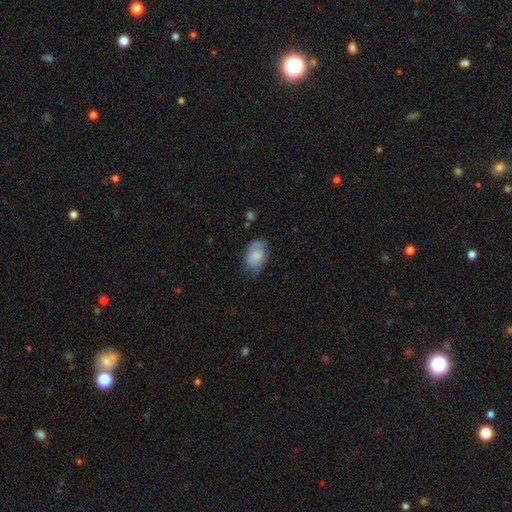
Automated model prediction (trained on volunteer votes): Morphology: type=smooth (76%); roundness=in between (86%); merging=none (57%).